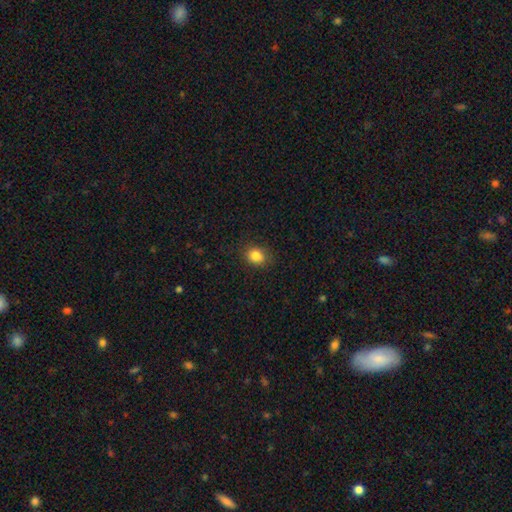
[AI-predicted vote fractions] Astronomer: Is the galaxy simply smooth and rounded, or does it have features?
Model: smooth — 85%.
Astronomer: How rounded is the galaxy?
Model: in between — 50% (runner-up: round, 49%).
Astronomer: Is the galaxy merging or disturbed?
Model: none — 84%.